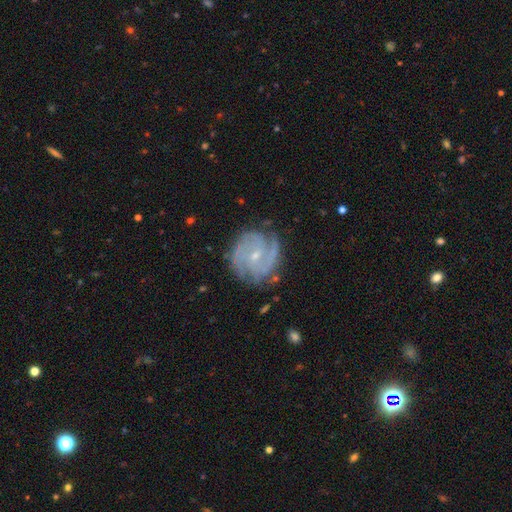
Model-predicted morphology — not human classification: smooth_or_featured: featured or disk (p=0.85) [alt: smooth p=0.09]
disk_edge_on: no (p=0.98) [alt: yes p=0.02]
bar: no (p=0.52) [alt: weak p=0.39]
has_spiral_arms: yes (p=0.96) [alt: no p=0.04]
spiral_winding: tight (p=0.56) [alt: medium p=0.36]
spiral_arm_count: 2 (p=0.35) [alt: 3 p=0.25]
bulge_size: small (p=0.75) [alt: moderate p=0.21]
merging: none (p=0.74) [alt: minor disturbance p=0.18]